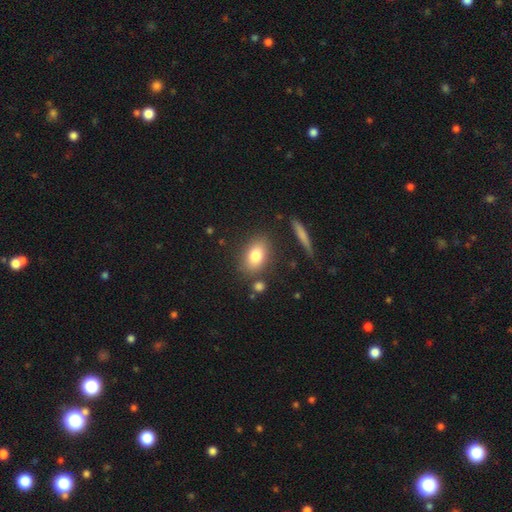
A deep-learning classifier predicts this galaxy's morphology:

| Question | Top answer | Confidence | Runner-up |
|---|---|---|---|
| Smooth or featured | smooth | 80% | featured or disk (12%) |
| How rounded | in between | 81% | round (15%) |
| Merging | none | 79% | minor disturbance (11%) |